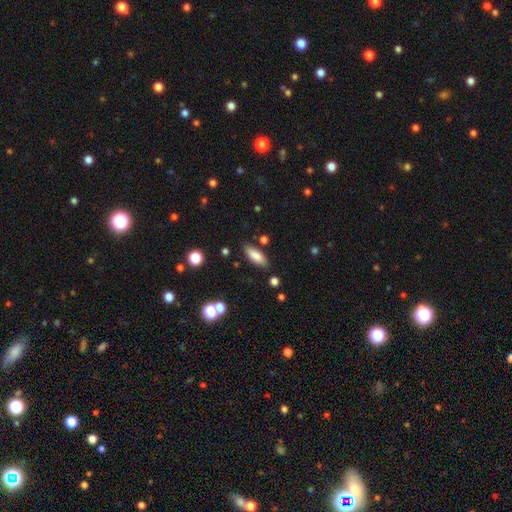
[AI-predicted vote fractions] This appears to be a smooth galaxy with no disk features (81%) that is in between round and cigar-shaped (73%). Merging: none (82%).